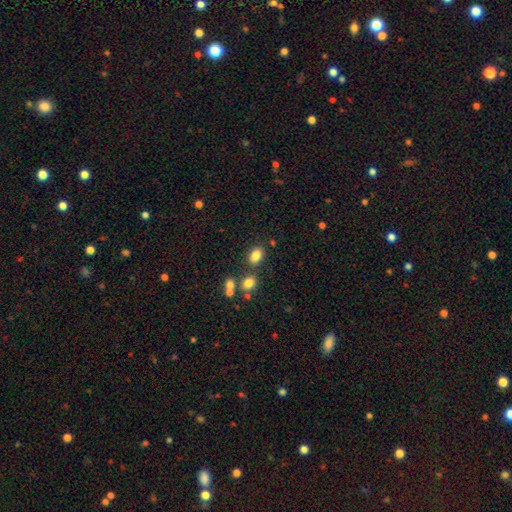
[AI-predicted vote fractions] Overall: smooth (84%). How rounded: in between (77%). Merging: none (74%).